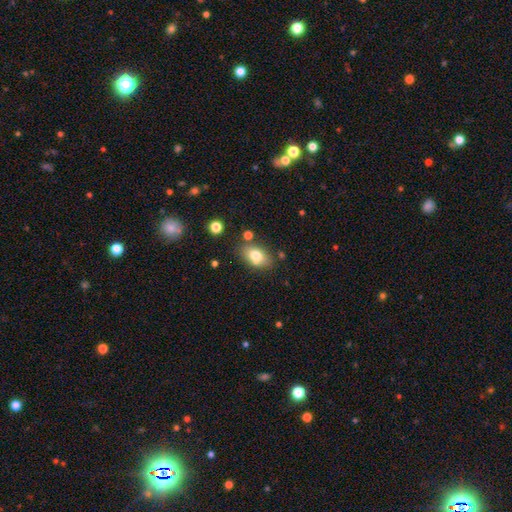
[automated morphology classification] Q: Smooth or featured?
A: smooth (75%); runner-up: featured or disk (16%)
Q: How rounded?
A: in between (84%); runner-up: round (14%)
Q: Merging?
A: none (72%); runner-up: minor disturbance (15%)